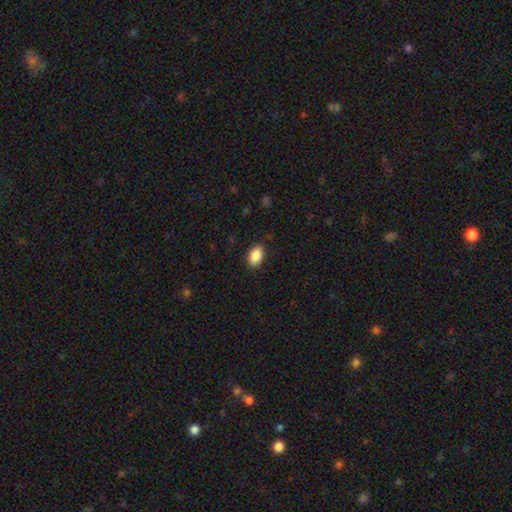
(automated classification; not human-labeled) Smooth or featured?
  - smooth: 89% *
  - star or artifact: 8%
  - featured or disk: 4%
How rounded?
  - in between: 90% *
  - round: 8%
  - cigar-shaped: 1%
Merging?
  - none: 87% *
  - minor disturbance: 10%
  - major disturbance: 2%
  - merger: 1%